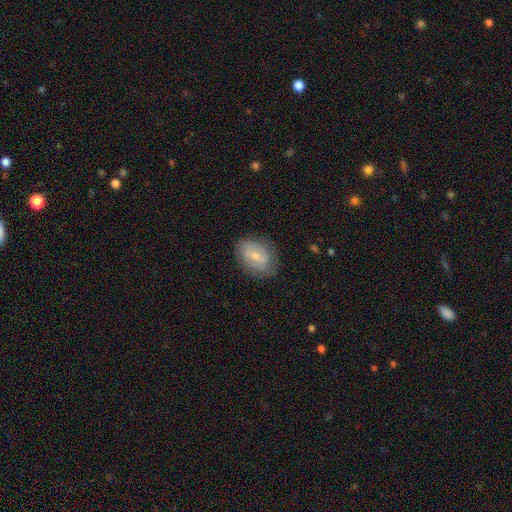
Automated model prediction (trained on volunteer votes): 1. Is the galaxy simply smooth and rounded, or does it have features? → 53% featured or disk, 39% smooth, 8% star or artifact.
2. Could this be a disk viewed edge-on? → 95% no, 5% yes.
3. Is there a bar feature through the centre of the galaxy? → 50% weak, 34% no, 16% strong.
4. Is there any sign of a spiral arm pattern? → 71% yes, 29% no.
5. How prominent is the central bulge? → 57% small, 38% moderate, 2% none, 2% large, 1% dominant.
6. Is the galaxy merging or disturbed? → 75% none, 18% minor disturbance, 6% major disturbance, 1% merger.